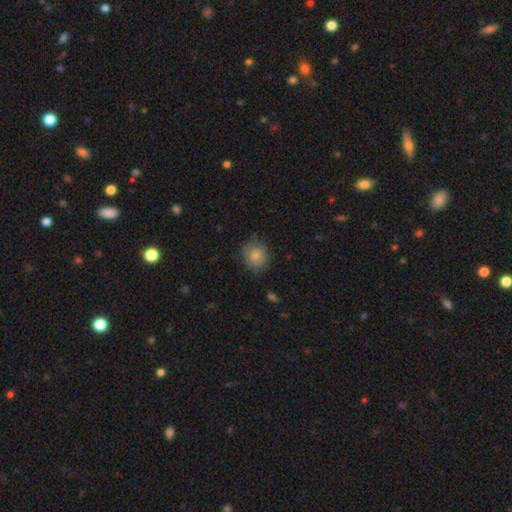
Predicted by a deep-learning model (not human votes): Smooth or featured: smooth — 83% (featured or disk — 9%)
How rounded: round — 79% (in between — 20%)
Merging: none — 79% (minor disturbance — 16%)